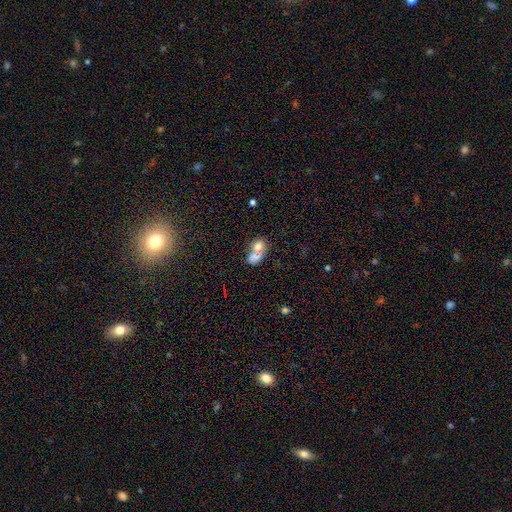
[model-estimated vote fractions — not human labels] This appears to be a smooth galaxy with no disk features (63%) that is in between round and cigar-shaped (69%). Merging: merger (71%).